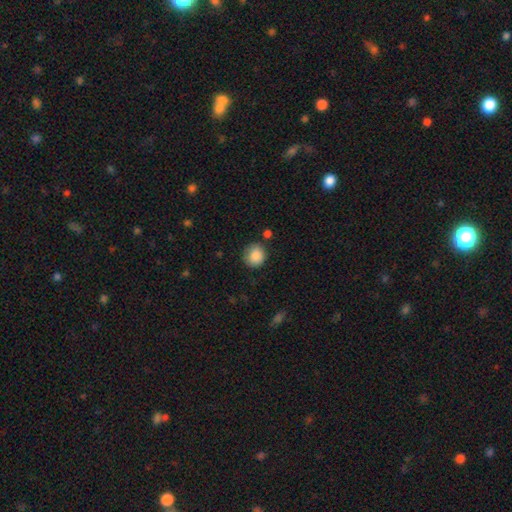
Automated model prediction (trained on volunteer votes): Morphology: type=smooth (88%); roundness=round (85%); merging=none (77%).